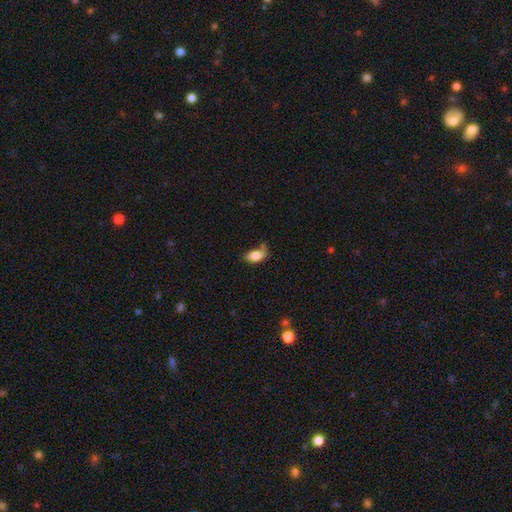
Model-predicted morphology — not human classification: Smooth or featured? Predicted: smooth (p=0.83). How rounded? Predicted: in between (p=0.91). Merging? Predicted: none (p=0.46).